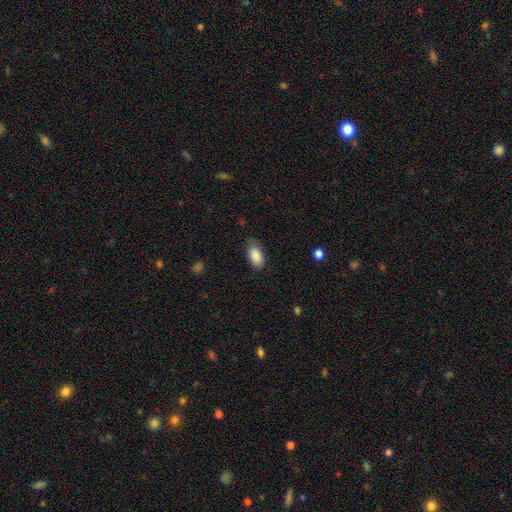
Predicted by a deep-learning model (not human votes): smooth 87%, star or artifact 7%, featured or disk 6%. Down the decision tree: how rounded — in between (93%); merging — none (71%).